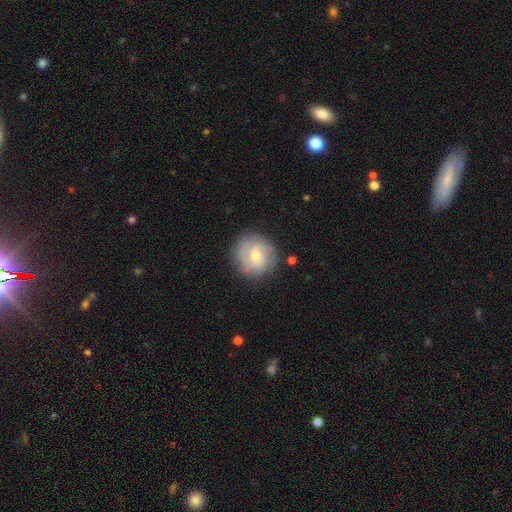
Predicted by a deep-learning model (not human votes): Smooth or featured? Predicted: featured or disk (p=0.55). Edge-on disk? Predicted: no (p=0.97). Bar? Predicted: no (p=0.59). Spiral arms? Predicted: yes (p=0.82). Bulge size? Predicted: moderate (p=0.53). Merging? Predicted: none (p=0.81).